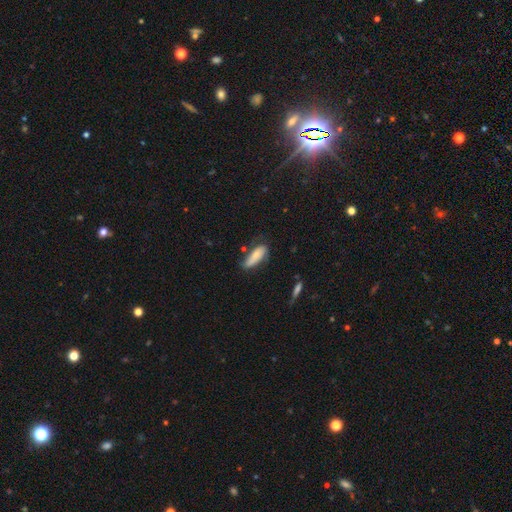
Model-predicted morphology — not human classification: The model was most divided on "merging": none: 52%, minor disturbance: 32%, major disturbance: 11%, merger: 5%. More confident: smooth or featured — smooth (68%); how rounded — in between (63%).